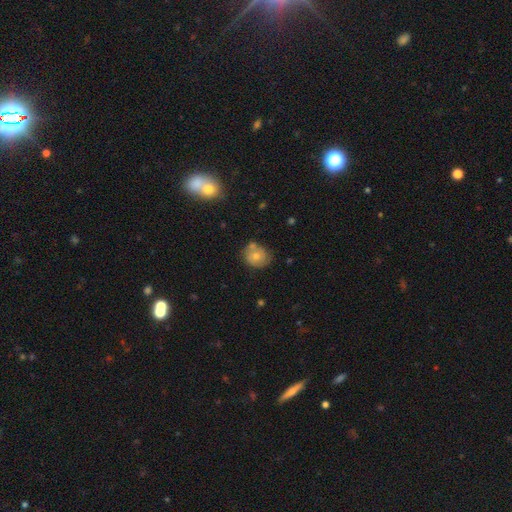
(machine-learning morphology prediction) Overall: smooth (69%). How rounded: round (76%). Merging: none (57%; merger 21%).